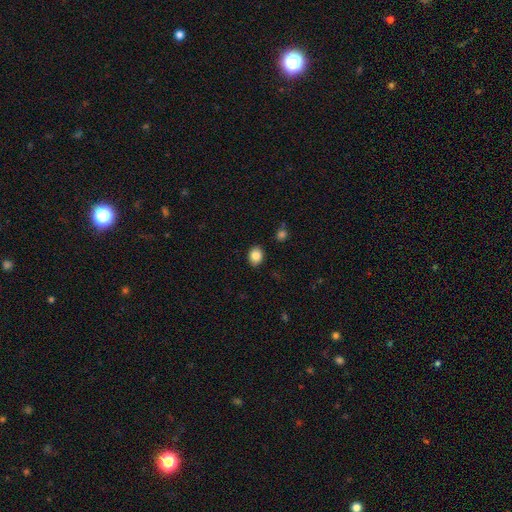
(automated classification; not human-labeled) Q: Smooth or featured?
A: smooth (86%); runner-up: star or artifact (9%)
Q: How rounded?
A: in between (54%); runner-up: round (45%)
Q: Merging?
A: none (88%); runner-up: minor disturbance (8%)